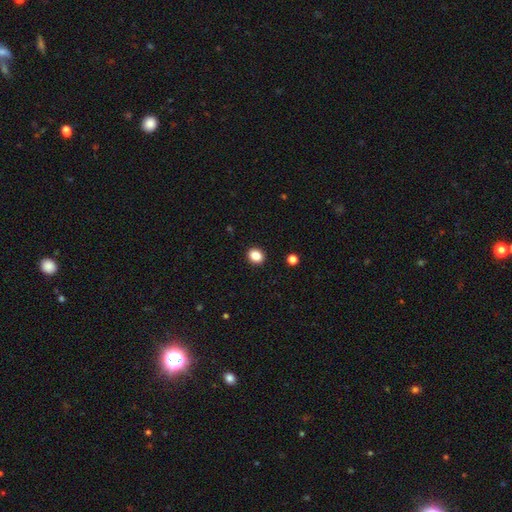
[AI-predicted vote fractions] smooth 86%, star or artifact 10%, featured or disk 4%. Down the decision tree: how rounded — round (58%); merging — none (92%).